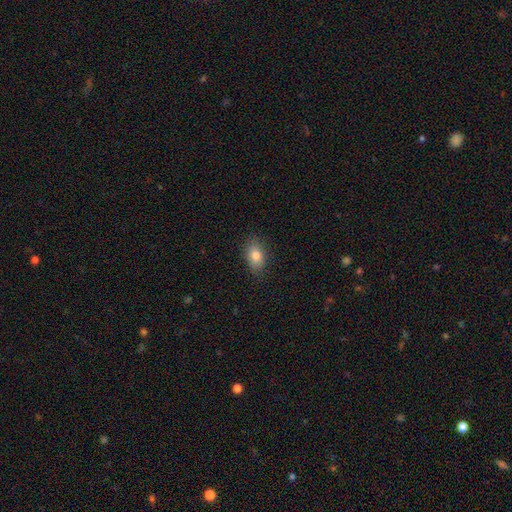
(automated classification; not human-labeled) Q: Smooth or featured?
A: smooth (81%); runner-up: featured or disk (10%)
Q: How rounded?
A: in between (84%); runner-up: round (14%)
Q: Merging?
A: none (85%); runner-up: minor disturbance (11%)